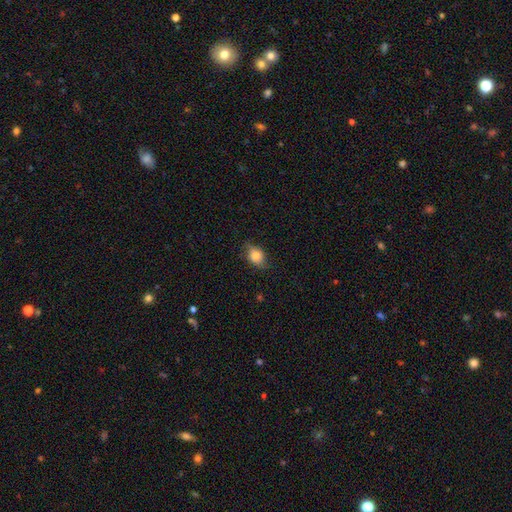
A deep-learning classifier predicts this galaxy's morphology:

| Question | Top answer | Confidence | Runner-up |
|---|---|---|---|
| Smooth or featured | smooth | 76% | featured or disk (15%) |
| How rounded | in between | 58% | round (40%) |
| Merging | none | 71% | minor disturbance (23%) |